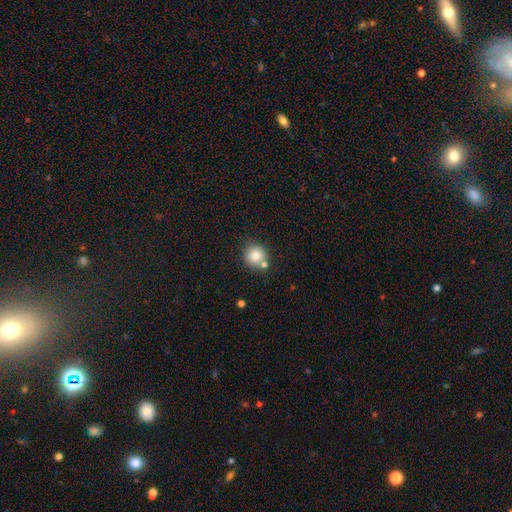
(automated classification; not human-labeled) A smooth galaxy with no disk features (81%) that is round (91%).

Vote fractions:
- Smooth or featured? smooth: 81% / star or artifact: 10% / featured or disk: 8%
- How rounded? round: 91% / in between: 8% / cigar-shaped: 1%
- Merging? none: 68% / merger: 19% / minor disturbance: 10% / major disturbance: 3%